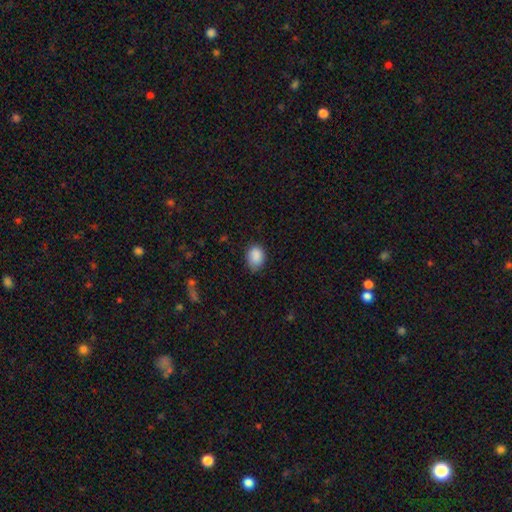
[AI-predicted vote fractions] smooth-or-featured: smooth: 88% | star or artifact: 8% | featured or disk: 5%
  how-rounded: in between: 68% | round: 31% | cigar-shaped: 1%
  merging: none: 69% | minor disturbance: 25% | major disturbance: 4% | merger: 1%